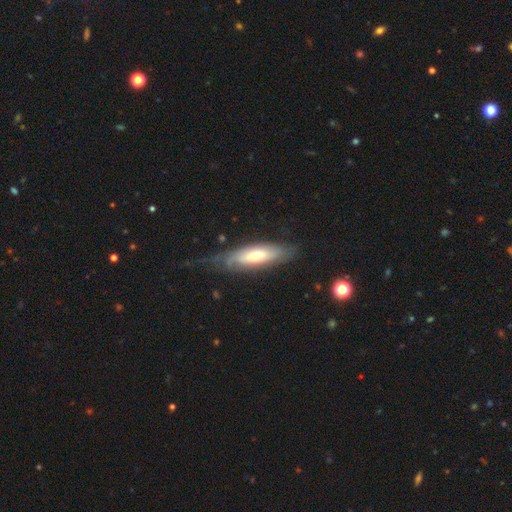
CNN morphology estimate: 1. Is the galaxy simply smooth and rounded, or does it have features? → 48% smooth, 46% featured or disk, 6% star or artifact.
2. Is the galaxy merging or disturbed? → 61% none, 24% minor disturbance, 13% major disturbance, 2% merger.